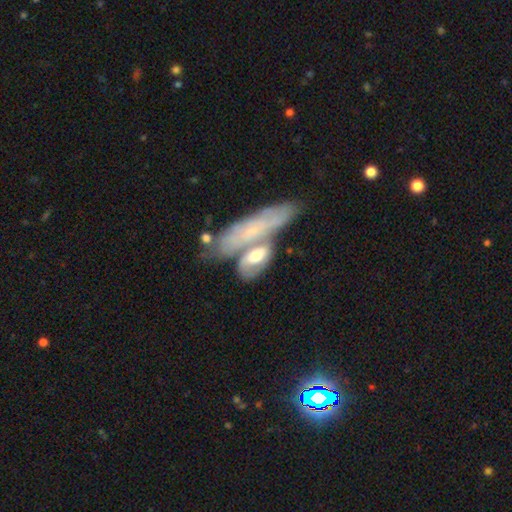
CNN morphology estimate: Smooth or featured: featured or disk — 50% (smooth — 44%)
Merging: merger — 49% (none — 27%)